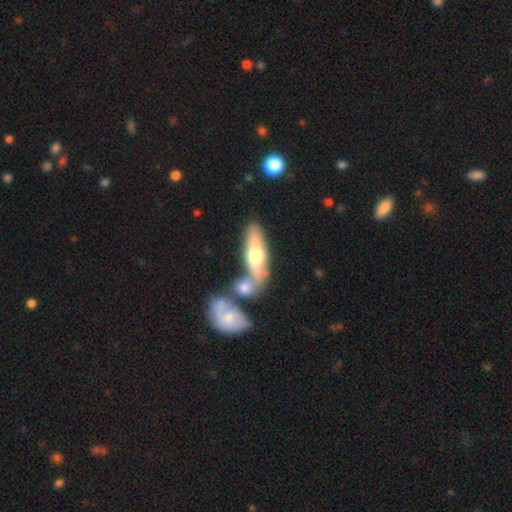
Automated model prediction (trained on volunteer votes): Q: Smooth or featured?
A: smooth (53%); runner-up: featured or disk (41%)
Q: How rounded?
A: in between (58%); runner-up: cigar-shaped (39%)
Q: Merging?
A: none (49%); runner-up: merger (35%)